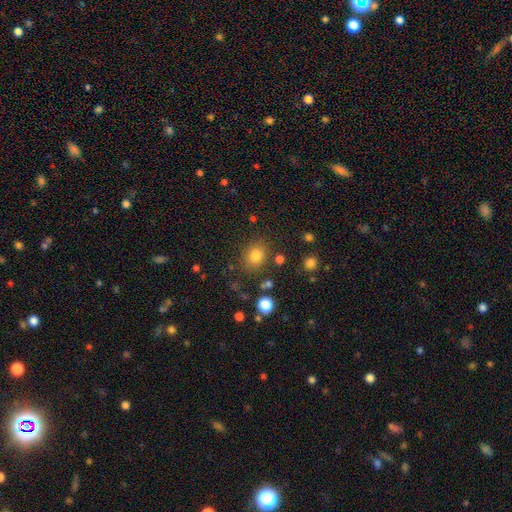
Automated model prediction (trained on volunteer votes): This appears to be a smooth galaxy with no disk features (81%) that is round (61%). Merging: none (81%).